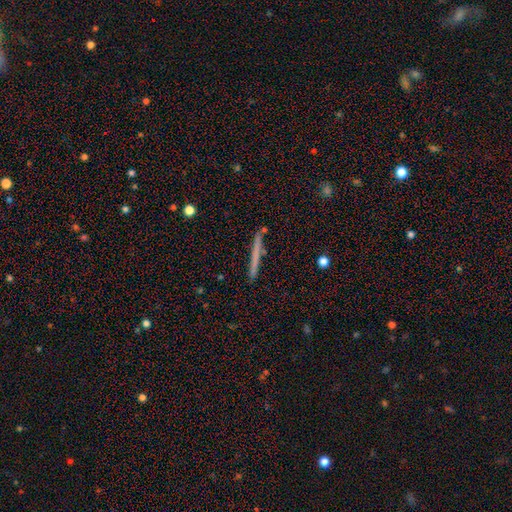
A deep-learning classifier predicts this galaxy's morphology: Smooth or featured?
  - smooth: 55% *
  - featured or disk: 38%
  - star or artifact: 7%
How rounded?
  - cigar-shaped: 96% *
  - in between: 2%
  - round: 2%
Merging?
  - none: 89% *
  - minor disturbance: 8%
  - merger: 2%
  - major disturbance: 2%